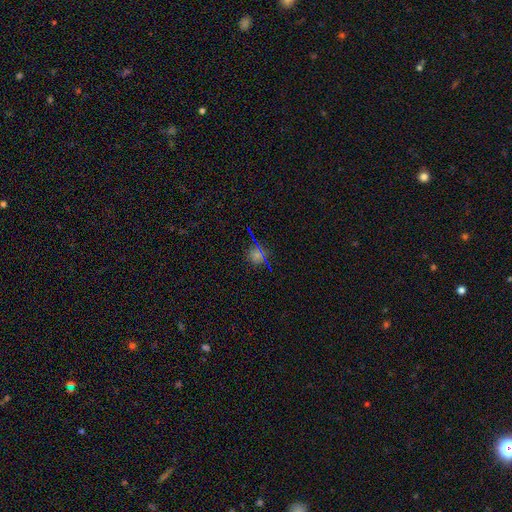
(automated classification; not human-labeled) This appears to be a star or artifact, not a galaxy (53%).